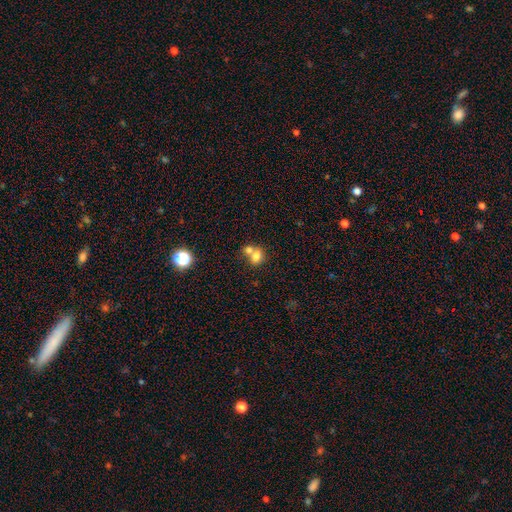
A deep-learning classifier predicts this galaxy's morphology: The model was most divided on "how rounded": in between: 56%, round: 43%, cigar-shaped: 1%. More confident: smooth or featured — smooth (76%); merging — merger (59%).